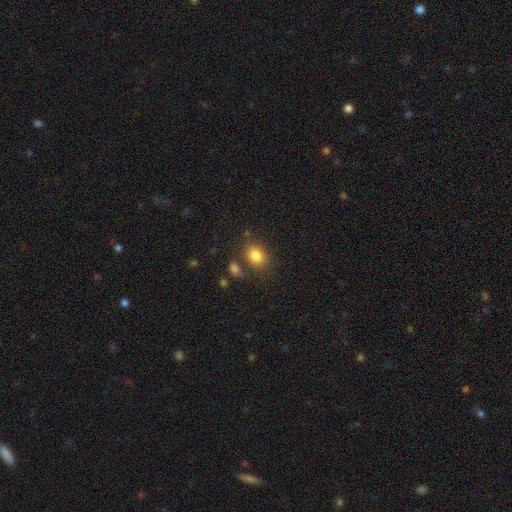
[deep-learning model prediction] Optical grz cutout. It shows a smooth galaxy with no disk features (83%) that is in between round and cigar-shaped (64%). Merging: none (71%).